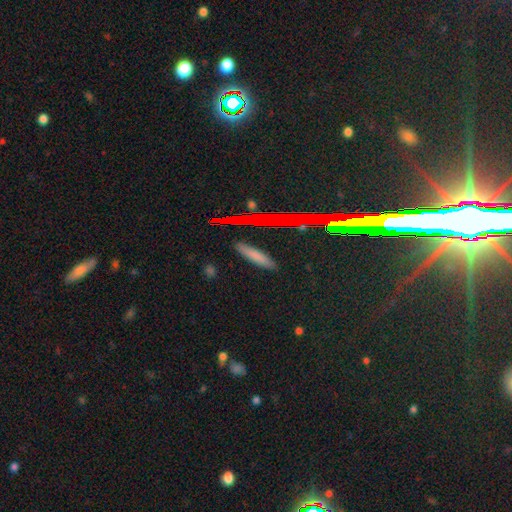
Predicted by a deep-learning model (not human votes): A smooth galaxy with no disk features (69%) that is cigar-shaped (79%). Merging: none (87%).